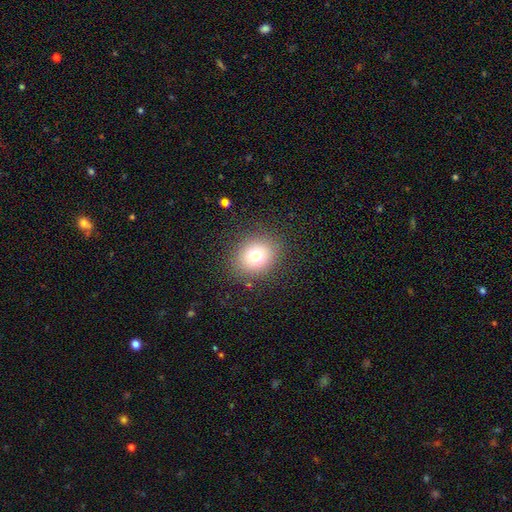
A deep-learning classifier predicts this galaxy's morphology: A smooth galaxy with no disk features (76%) that is round (67%).

Vote fractions:
- Smooth or featured? smooth: 76% / star or artifact: 14% / featured or disk: 10%
- How rounded? round: 67% / in between: 32% / cigar-shaped: 1%
- Merging? none: 86% / minor disturbance: 9% / major disturbance: 4% / merger: 1%